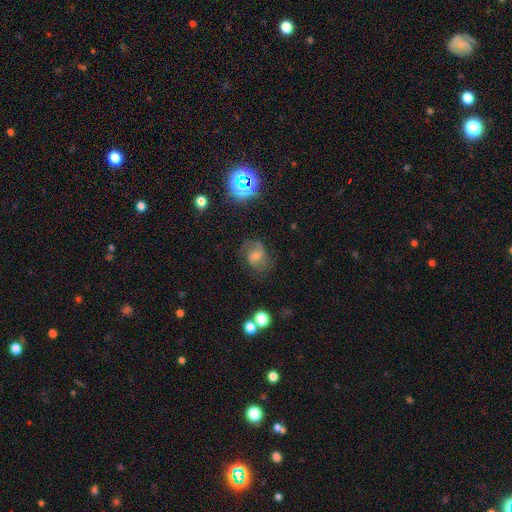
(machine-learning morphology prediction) Q: Smooth or featured?
A: featured or disk (55%); runner-up: smooth (25%)
Q: Edge-on disk?
A: no (97%); runner-up: yes (3%)
Q: Bar?
A: weak (45%); runner-up: no (42%)
Q: Spiral arms?
A: yes (87%); runner-up: no (13%)
Q: Bulge size?
A: small (45%); runner-up: moderate (44%)
Q: Merging?
A: none (68%); runner-up: minor disturbance (19%)